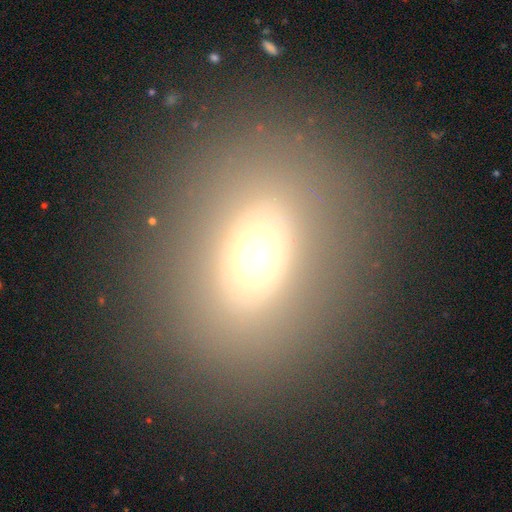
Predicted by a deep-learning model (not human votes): Overall: smooth (58%; featured or disk 27%). How rounded: in between (54%; round 44%). Merging: none (85%).